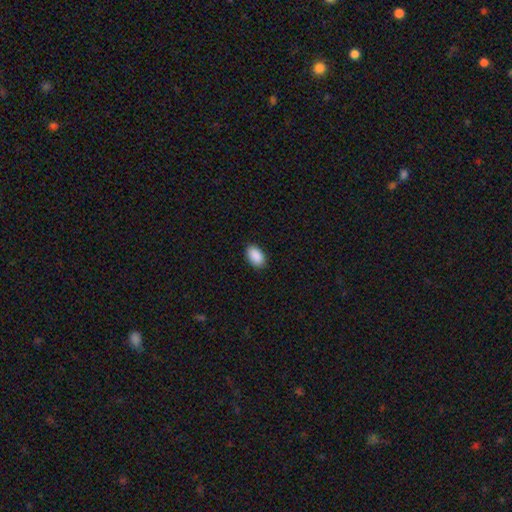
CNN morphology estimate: Q: Smooth or featured?
A: smooth (91%); runner-up: star or artifact (6%)
Q: How rounded?
A: in between (94%); runner-up: round (5%)
Q: Merging?
A: none (89%); runner-up: minor disturbance (9%)